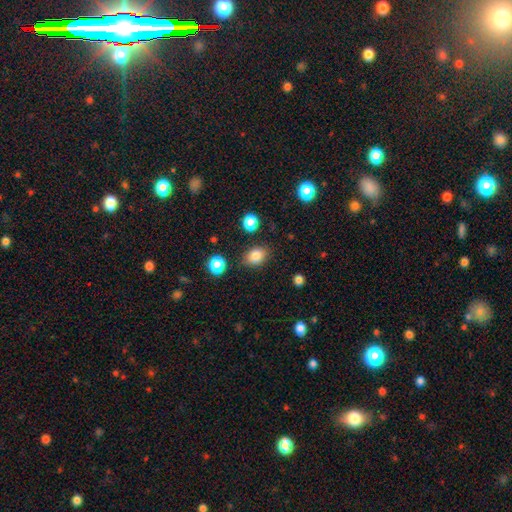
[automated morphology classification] Smooth or featured?
  - smooth: 84% *
  - star or artifact: 11%
  - featured or disk: 6%
How rounded?
  - in between: 65% *
  - round: 34%
  - cigar-shaped: 1%
Merging?
  - none: 82% *
  - minor disturbance: 11%
  - major disturbance: 3%
  - merger: 3%